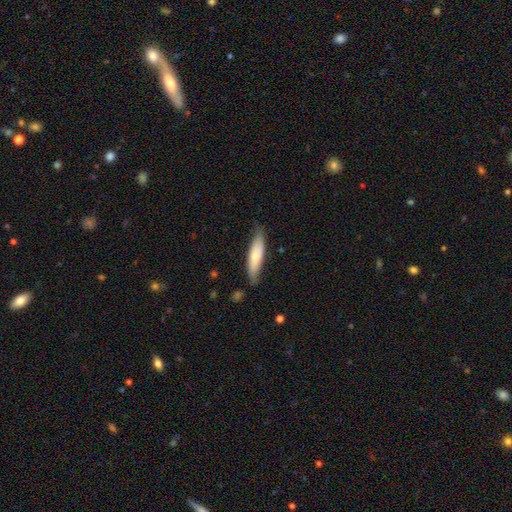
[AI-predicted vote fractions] A smooth galaxy with no disk features (70%) that is cigar-shaped (73%).

Vote fractions:
- Smooth or featured? smooth: 70% / featured or disk: 25% / star or artifact: 5%
- How rounded? cigar-shaped: 73% / in between: 26% / round: 1%
- Merging? none: 76% / minor disturbance: 20% / major disturbance: 3% / merger: 2%